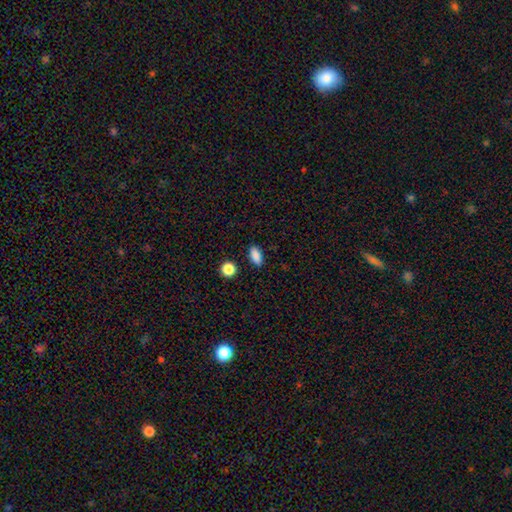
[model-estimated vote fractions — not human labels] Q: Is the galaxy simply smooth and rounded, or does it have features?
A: smooth — 87%.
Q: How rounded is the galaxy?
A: in between — 83%.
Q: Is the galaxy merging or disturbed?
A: none — 87%.